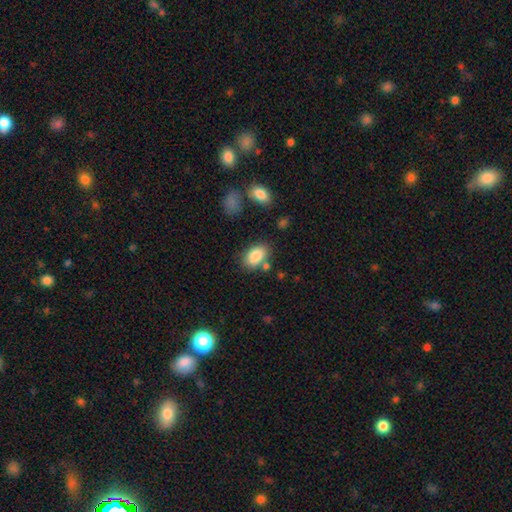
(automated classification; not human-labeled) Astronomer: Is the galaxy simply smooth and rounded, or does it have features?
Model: smooth — 86%.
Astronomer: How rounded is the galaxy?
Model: in between — 89%.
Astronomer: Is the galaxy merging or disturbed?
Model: none — 73%.